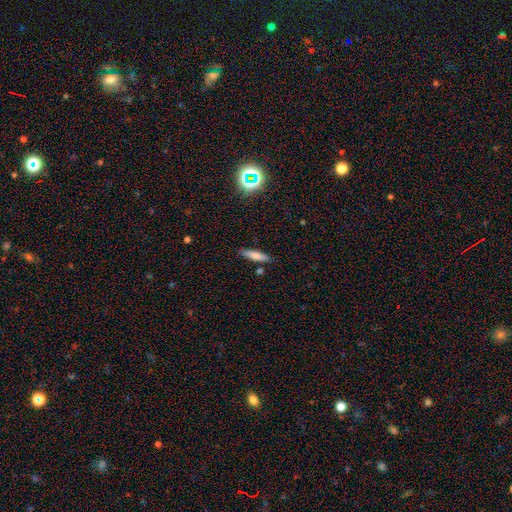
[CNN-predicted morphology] smooth 73%, featured or disk 18%, star or artifact 9%. Down the decision tree: how rounded — cigar-shaped (77%); merging — none (84%).